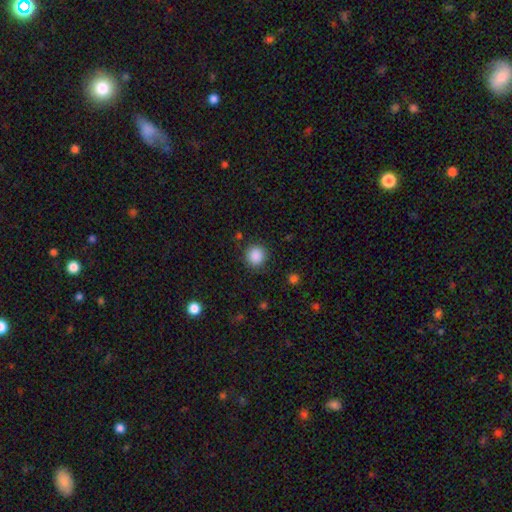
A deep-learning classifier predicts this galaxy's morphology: type=smooth (88%); roundness=round (92%); merging=none (88%).